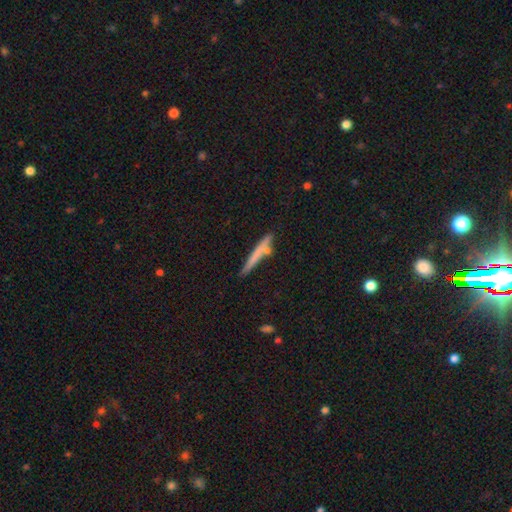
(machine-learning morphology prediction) Overall: smooth (59%; featured or disk 34%). How rounded: cigar-shaped (95%). Merging: none (73%).